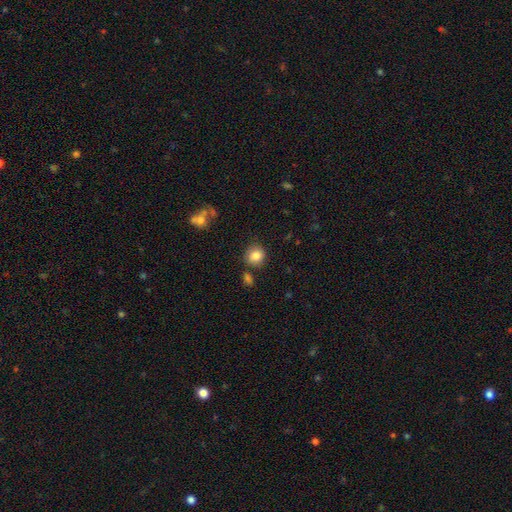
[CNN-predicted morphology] Q: Smooth or featured?
A: smooth (85%); runner-up: star or artifact (9%)
Q: How rounded?
A: round (82%); runner-up: in between (17%)
Q: Merging?
A: none (76%); runner-up: minor disturbance (13%)